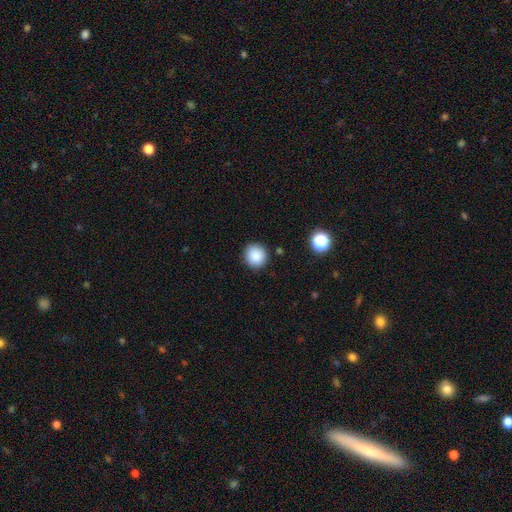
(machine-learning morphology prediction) smooth 87%, star or artifact 10%, featured or disk 4%. Down the decision tree: how rounded — round (94%); merging — none (91%).